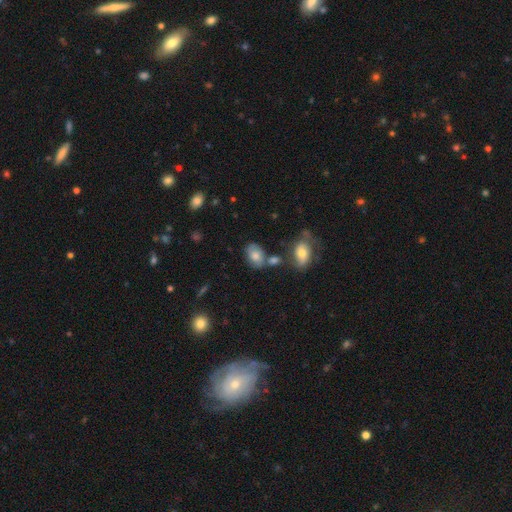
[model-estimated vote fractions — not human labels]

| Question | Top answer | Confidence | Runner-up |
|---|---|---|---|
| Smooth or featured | smooth | 68% | featured or disk (22%) |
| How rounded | in between | 84% | round (15%) |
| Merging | none | 55% | minor disturbance (21%) |